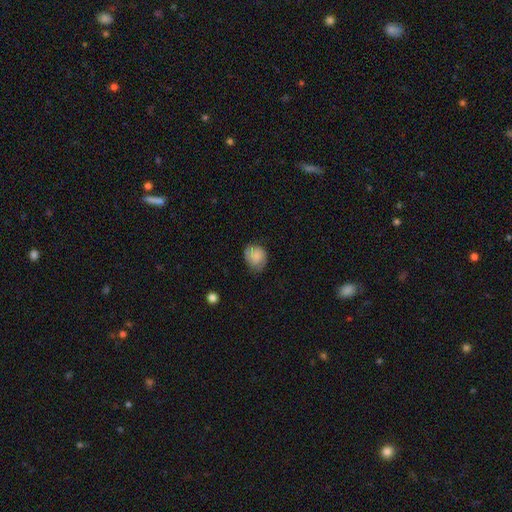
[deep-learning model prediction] smooth_or_featured: smooth (p=0.70) [alt: featured or disk p=0.22]
how_rounded: round (p=0.63) [alt: in between p=0.37]
merging: none (p=0.65) [alt: minor disturbance p=0.27]